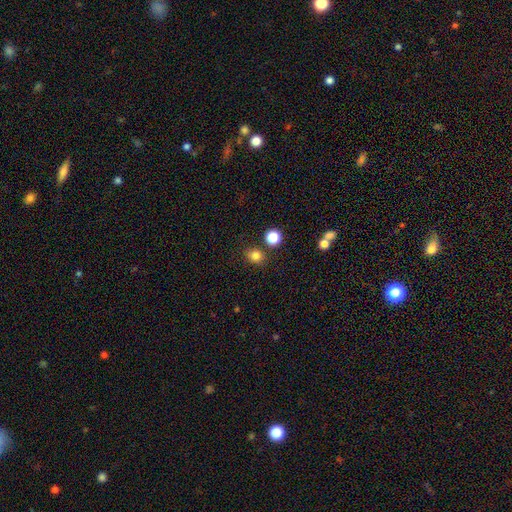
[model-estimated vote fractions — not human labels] Smooth or featured? smooth (81%)
How rounded? round (67%)
Merging? none (79%)